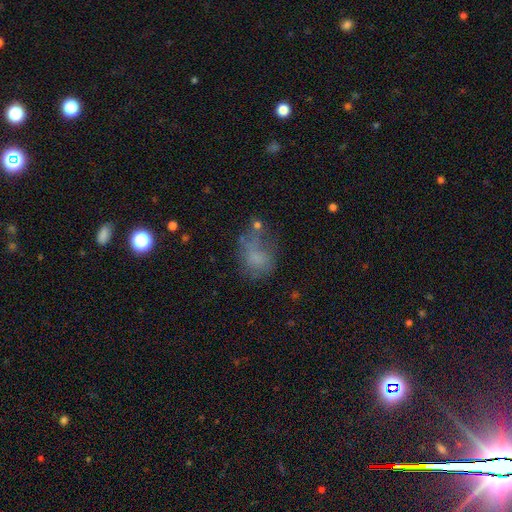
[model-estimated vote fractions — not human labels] Smooth or featured: smooth — 60% (featured or disk — 24%)
How rounded: in between — 60% (round — 38%)
Merging: none — 37% (major disturbance — 27%)